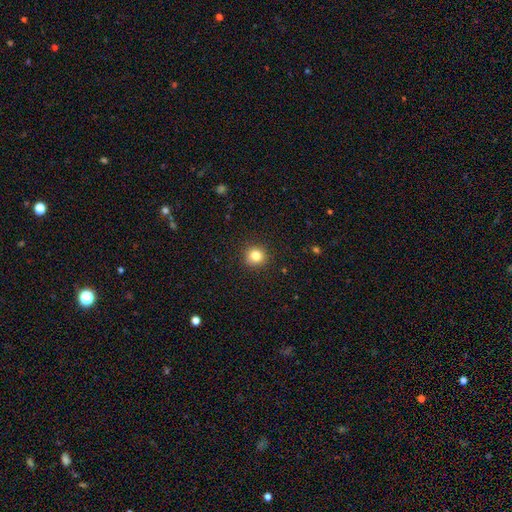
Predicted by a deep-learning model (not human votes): A smooth galaxy with no disk features (82%) that is round (91%).

Vote fractions:
- Smooth or featured? smooth: 82% / star or artifact: 12% / featured or disk: 6%
- How rounded? round: 91% / in between: 8% / cigar-shaped: 1%
- Merging? none: 91% / minor disturbance: 6% / major disturbance: 2% / merger: 1%